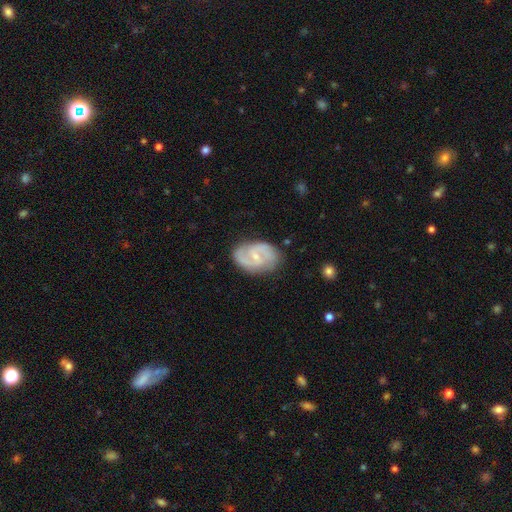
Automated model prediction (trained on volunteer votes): A featured or disk galaxy (83%) with a weak bar (50%), 2 (85%) medium (52%) spiral arms (95%) and a small central bulge (68%). Merging: none (77%).